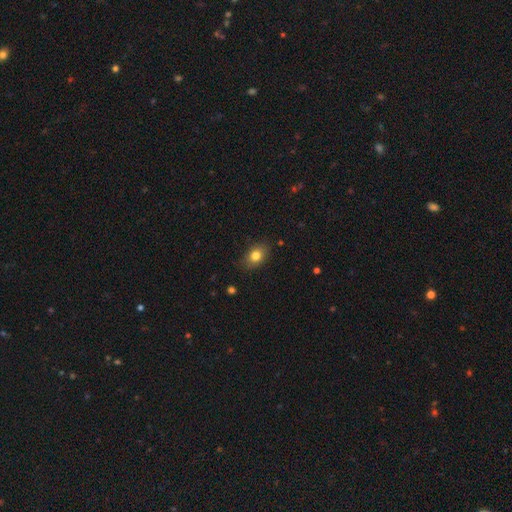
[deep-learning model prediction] This appears to be a smooth galaxy with no disk features (80%) that is in between round and cigar-shaped (73%). Merging: none (83%).